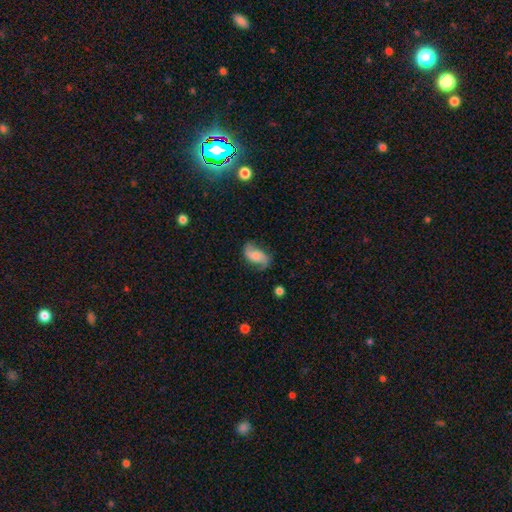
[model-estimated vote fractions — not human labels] Q: Smooth or featured?
A: featured or disk (66%); runner-up: smooth (26%)
Q: Edge-on disk?
A: no (96%); runner-up: yes (4%)
Q: Bar?
A: no (55%); runner-up: weak (35%)
Q: Spiral arms?
A: yes (93%); runner-up: no (7%)
Q: Spiral winding?
A: loose (65%); runner-up: medium (26%)
Q: Spiral arm count?
A: 2 (90%); runner-up: can't tell (4%)
Q: Bulge size?
A: small (34%); tied with: moderate (34%)
Q: Merging?
A: none (68%); runner-up: minor disturbance (21%)